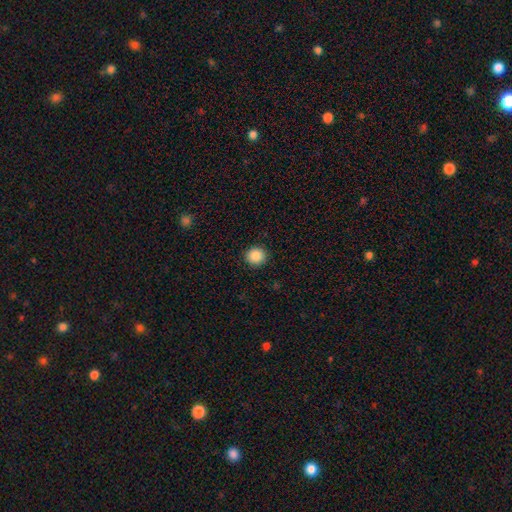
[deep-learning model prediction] Overall: smooth (88%). How rounded: round (88%). Merging: none (91%).